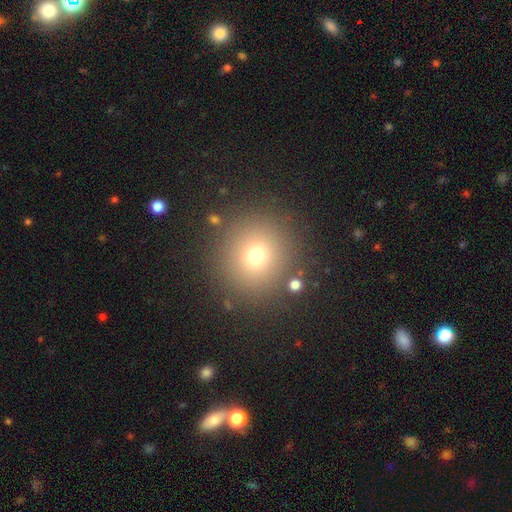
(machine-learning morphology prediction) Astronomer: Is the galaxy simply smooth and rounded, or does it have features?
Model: smooth — 71%.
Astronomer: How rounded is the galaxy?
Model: round — 92%.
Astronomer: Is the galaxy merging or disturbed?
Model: none — 87%.